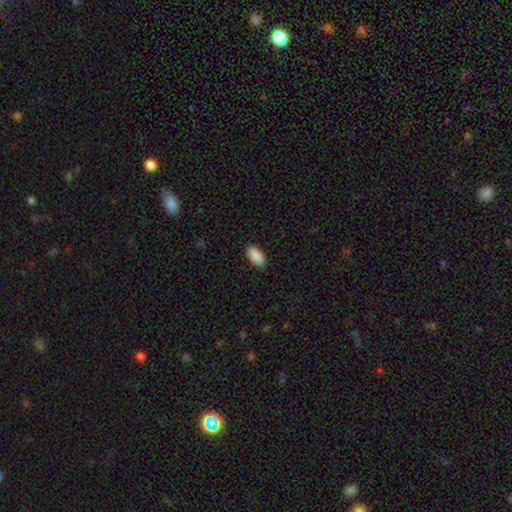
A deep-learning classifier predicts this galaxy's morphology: A smooth galaxy with no disk features (91%) that is in between round and cigar-shaped (95%).

Vote fractions:
- Smooth or featured? smooth: 91% / star or artifact: 6% / featured or disk: 3%
- How rounded? in between: 95% / cigar-shaped: 3% / round: 2%
- Merging? none: 88% / minor disturbance: 9% / major disturbance: 2% / merger: 1%